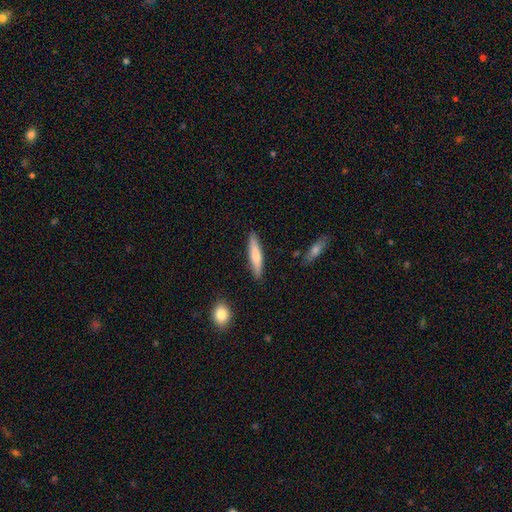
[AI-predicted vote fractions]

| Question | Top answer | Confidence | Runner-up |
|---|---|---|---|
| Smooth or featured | smooth | 70% | featured or disk (25%) |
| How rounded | cigar-shaped | 85% | in between (13%) |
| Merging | none | 88% | minor disturbance (9%) |